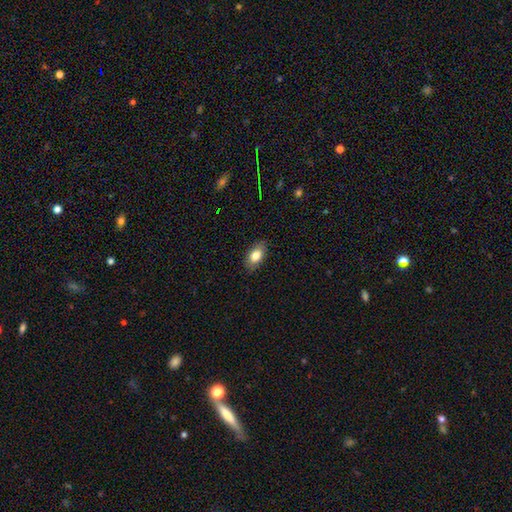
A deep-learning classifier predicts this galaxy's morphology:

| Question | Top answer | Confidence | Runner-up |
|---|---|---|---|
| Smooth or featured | smooth | 80% | featured or disk (13%) |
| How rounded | in between | 91% | round (6%) |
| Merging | none | 85% | minor disturbance (12%) |